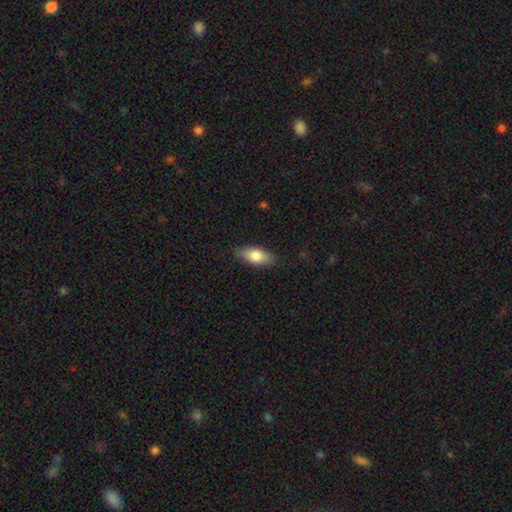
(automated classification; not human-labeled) The model was most divided on "smooth or featured": smooth: 78%, featured or disk: 15%, star or artifact: 7%. More confident: merging — none (84%); how rounded — in between (83%).